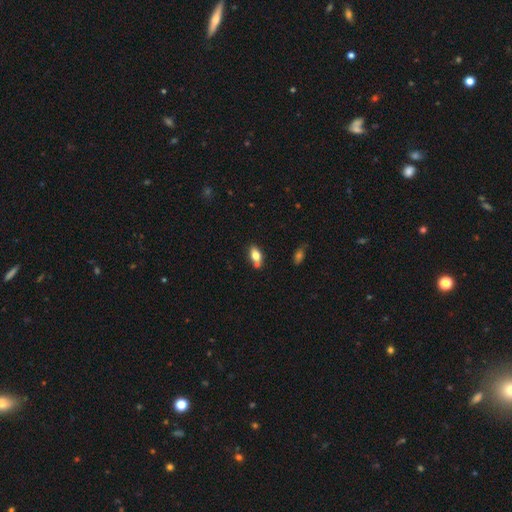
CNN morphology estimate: Smooth or featured?
  - smooth: 76% *
  - featured or disk: 16%
  - star or artifact: 8%
How rounded?
  - in between: 88% *
  - round: 7%
  - cigar-shaped: 5%
Merging?
  - none: 63% *
  - merger: 18%
  - minor disturbance: 15%
  - major disturbance: 4%